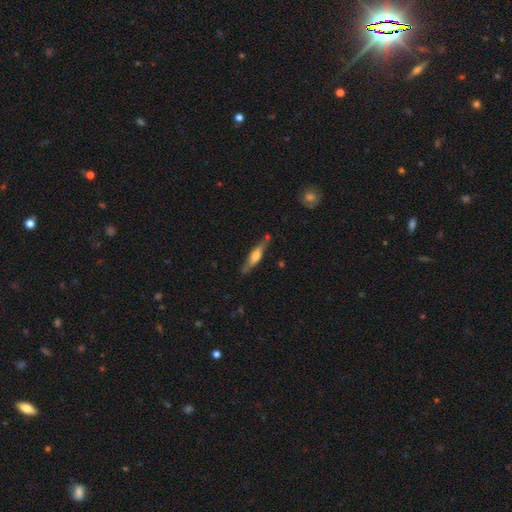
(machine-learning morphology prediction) This appears to be a featured or disk galaxy (56%) viewed edge-on (91%) with a rounded central bulge (74%). Merging: none (75%).